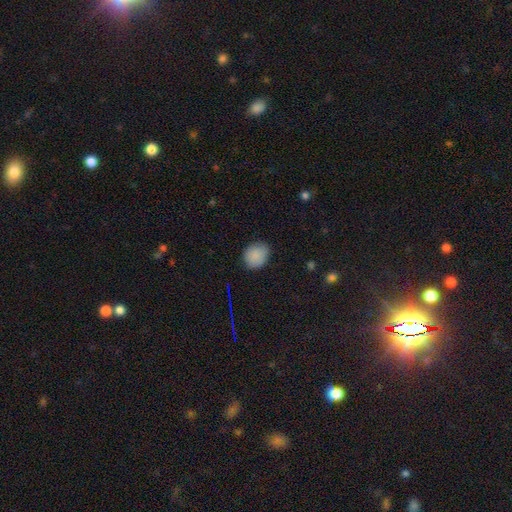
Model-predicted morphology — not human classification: Smooth or featured? Predicted: smooth (p=0.86). How rounded? Predicted: round (p=0.63). Merging? Predicted: none (p=0.80).